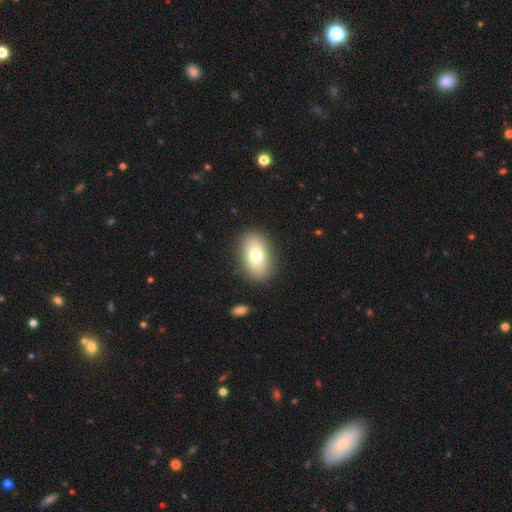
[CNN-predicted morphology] Overall: smooth (74%). How rounded: in between (86%). Merging: none (87%).